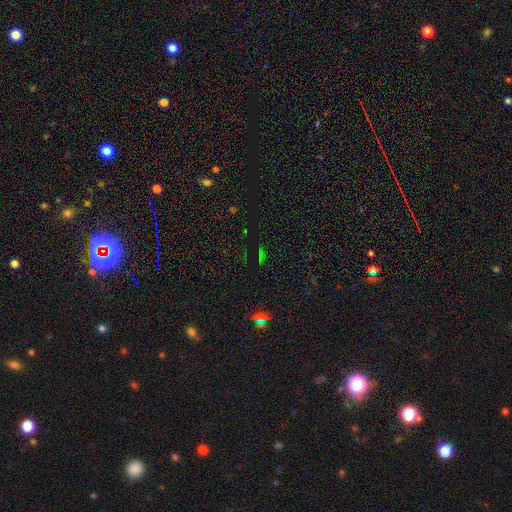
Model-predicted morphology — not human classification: Smooth or featured: star or artifact — 66% (smooth — 23%)